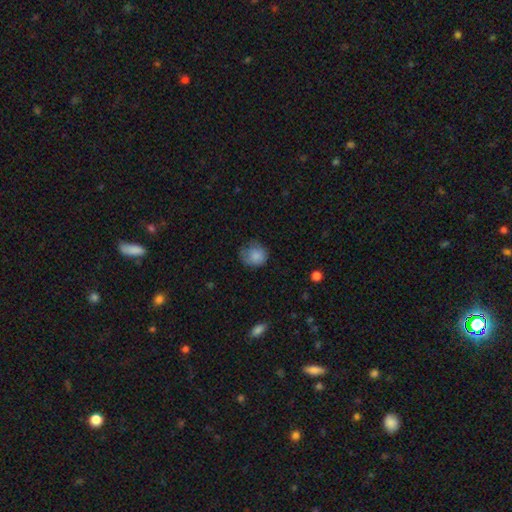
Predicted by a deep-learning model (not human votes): A smooth galaxy with no disk features (83%) that is round (80%).

Vote fractions:
- Smooth or featured? smooth: 83% / featured or disk: 9% / star or artifact: 8%
- How rounded? round: 80% / in between: 19% / cigar-shaped: 1%
- Merging? none: 56% / minor disturbance: 30% / major disturbance: 12% / merger: 2%